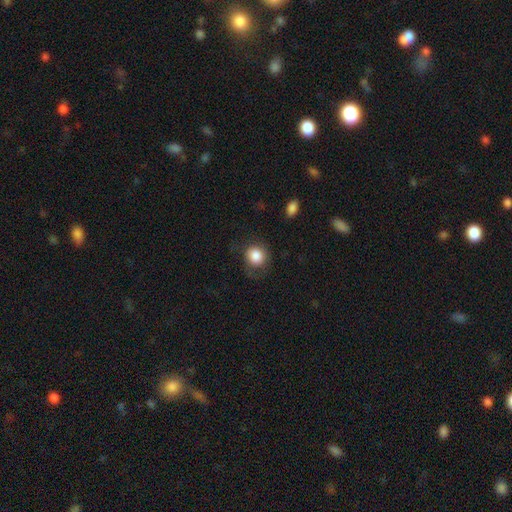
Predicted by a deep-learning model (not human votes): smooth 86%, star or artifact 8%, featured or disk 6%. Down the decision tree: how rounded — round (82%); merging — none (72%).